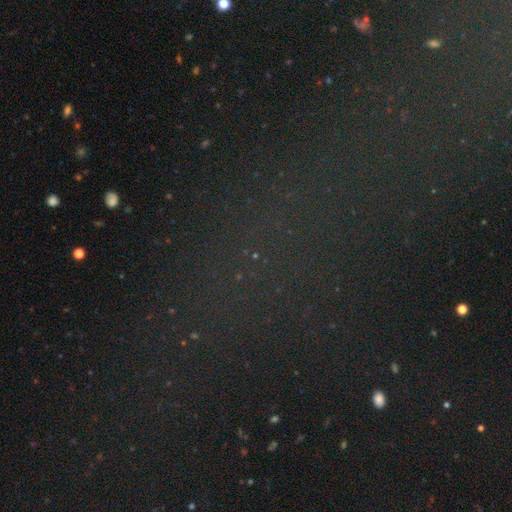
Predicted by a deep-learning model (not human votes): Q: Smooth or featured?
A: star or artifact (74%); runner-up: smooth (15%)